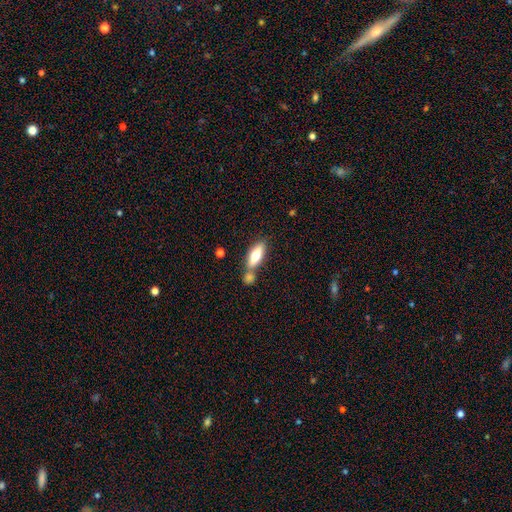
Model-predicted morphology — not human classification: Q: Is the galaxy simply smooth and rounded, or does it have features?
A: smooth — 66%.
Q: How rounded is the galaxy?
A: in between — 62%.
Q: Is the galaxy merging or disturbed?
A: none — 53%.